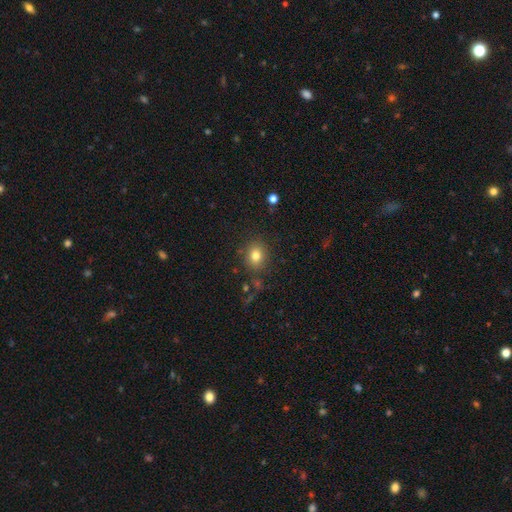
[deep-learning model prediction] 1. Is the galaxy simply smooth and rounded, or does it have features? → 79% smooth, 13% star or artifact, 8% featured or disk.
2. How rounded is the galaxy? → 64% round, 35% in between, 1% cigar-shaped.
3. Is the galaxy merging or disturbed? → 84% none, 10% minor disturbance, 4% major disturbance, 3% merger.